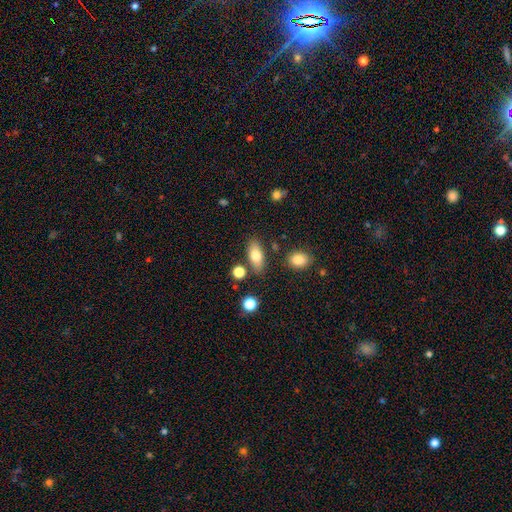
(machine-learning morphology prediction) smooth 76%, featured or disk 16%, star or artifact 8%. Down the decision tree: how rounded — in between (80%); merging — none (79%).